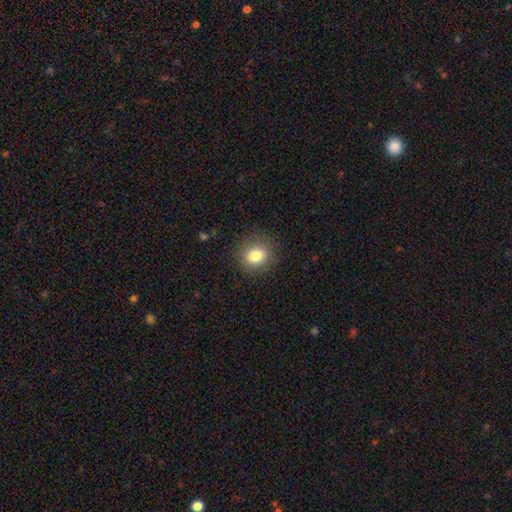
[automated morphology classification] This appears to be a smooth galaxy with no disk features (82%) that is round (75%). Merging: none (87%).